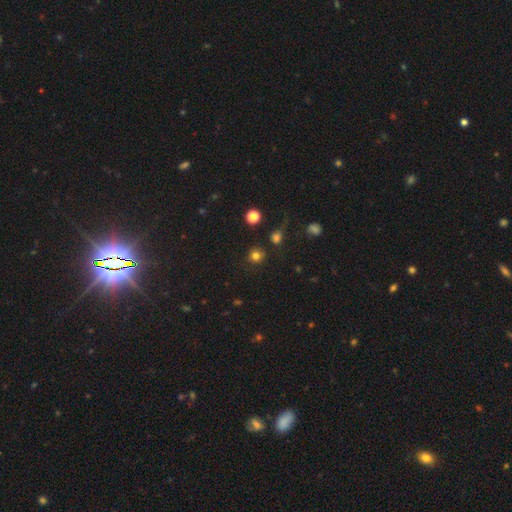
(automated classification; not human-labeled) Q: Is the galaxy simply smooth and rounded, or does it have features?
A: smooth — 78%.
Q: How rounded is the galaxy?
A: round — 90%.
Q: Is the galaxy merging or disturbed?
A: none — 83%.